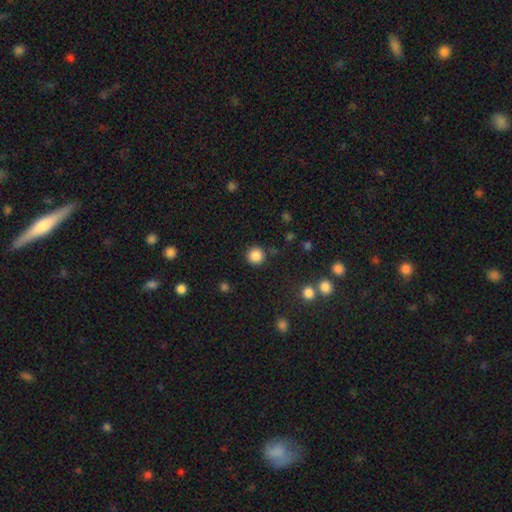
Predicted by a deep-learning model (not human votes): Q: Smooth or featured?
A: smooth (86%); runner-up: star or artifact (11%)
Q: How rounded?
A: round (94%); runner-up: in between (5%)
Q: Merging?
A: none (88%); runner-up: minor disturbance (7%)